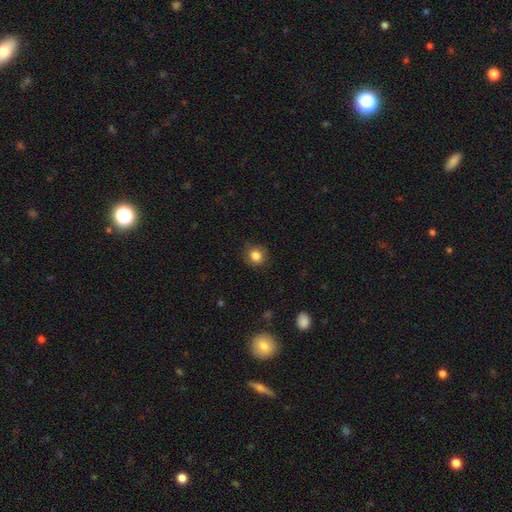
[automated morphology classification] smooth 84%, star or artifact 11%, featured or disk 5%. Down the decision tree: how rounded — round (84%); merging — none (85%).